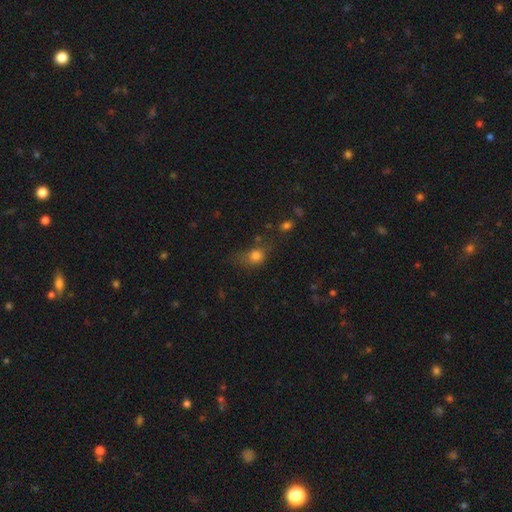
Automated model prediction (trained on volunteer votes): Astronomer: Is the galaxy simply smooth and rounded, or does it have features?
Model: smooth — 78%.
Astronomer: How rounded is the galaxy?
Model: round — 56% (runner-up: in between, 42%).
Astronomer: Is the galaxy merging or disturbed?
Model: none — 43% (runner-up: minor disturbance, 29%).